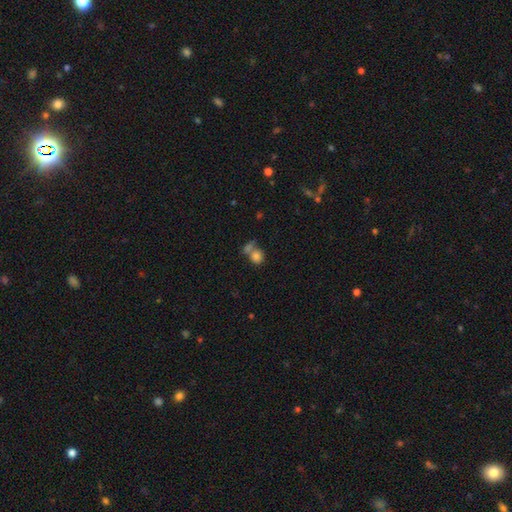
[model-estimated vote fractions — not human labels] smooth_or_featured: smooth (p=0.81) [alt: star or artifact p=0.10]
how_rounded: round (p=0.71) [alt: in between p=0.27]
merging: merger (p=0.44) [alt: none p=0.39]